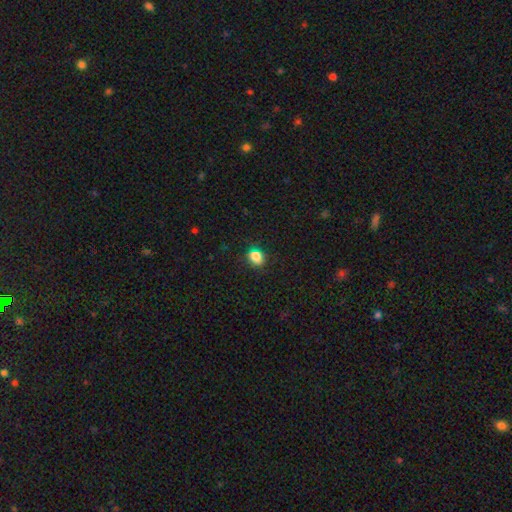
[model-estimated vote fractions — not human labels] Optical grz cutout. It shows a smooth galaxy with no disk features (82%) that is in between round and cigar-shaped (56%). Merging: none (78%).